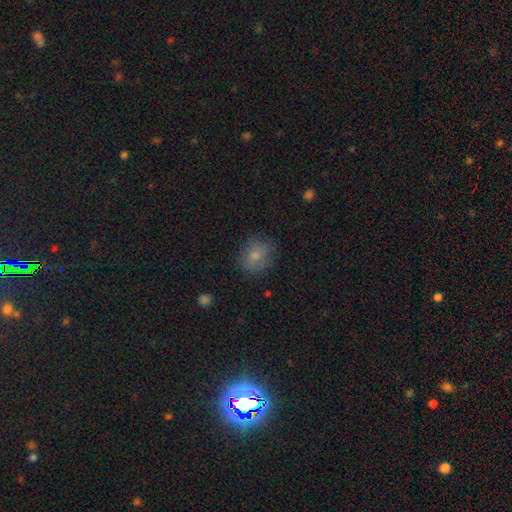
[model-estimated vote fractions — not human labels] Q: Smooth or featured?
A: smooth (78%); runner-up: featured or disk (12%)
Q: How rounded?
A: round (71%); runner-up: in between (28%)
Q: Merging?
A: none (75%); runner-up: minor disturbance (18%)